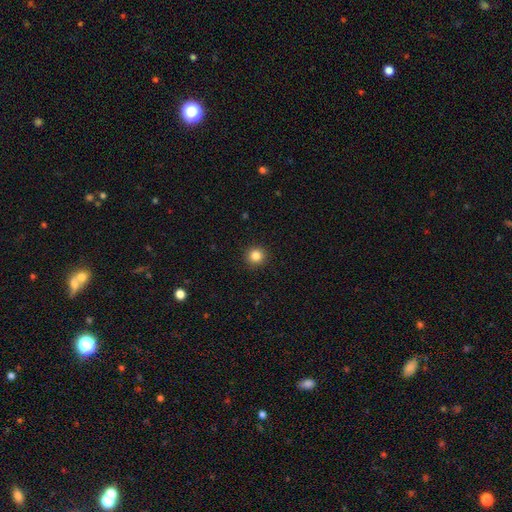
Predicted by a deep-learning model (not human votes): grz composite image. It shows a smooth galaxy with no disk features (84%) that is round (94%). Merging: none (93%).